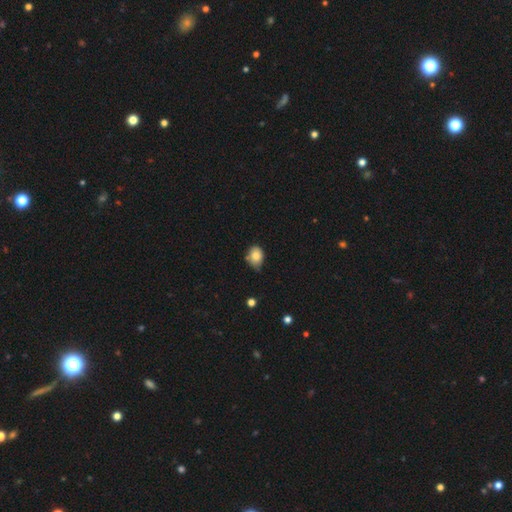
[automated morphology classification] A smooth galaxy with no disk features (79%) that is in between round and cigar-shaped (59%). Merging: none (48%).